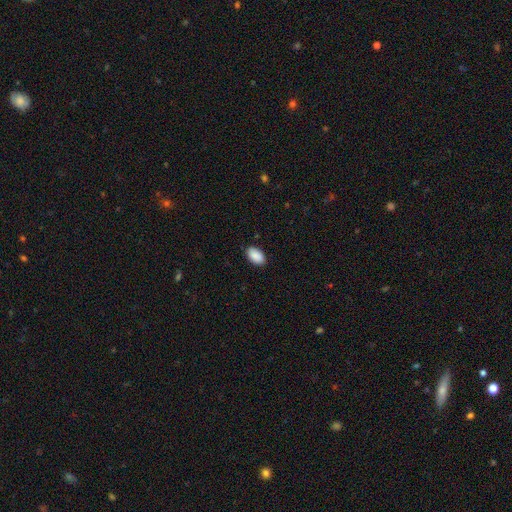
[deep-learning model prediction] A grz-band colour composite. It shows a smooth galaxy with no disk features (90%) that is in between round and cigar-shaped (94%). Merging: none (88%).